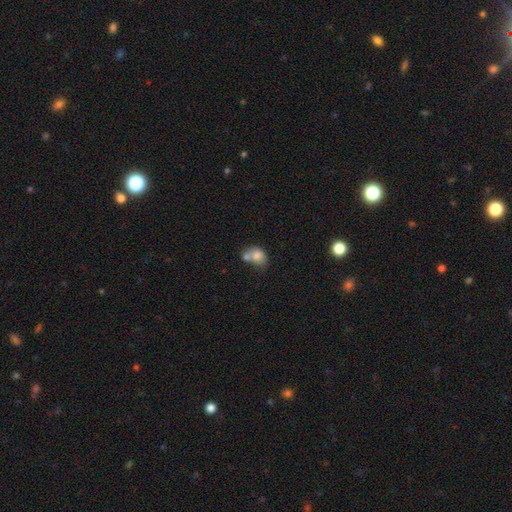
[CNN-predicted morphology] A smooth galaxy with no disk features (75%) that is in between round and cigar-shaped (56%).

Vote fractions:
- Smooth or featured? smooth: 75% / featured or disk: 16% / star or artifact: 10%
- How rounded? in between: 56% / round: 43% / cigar-shaped: 1%
- Merging? merger: 55% / none: 25% / minor disturbance: 13% / major disturbance: 7%